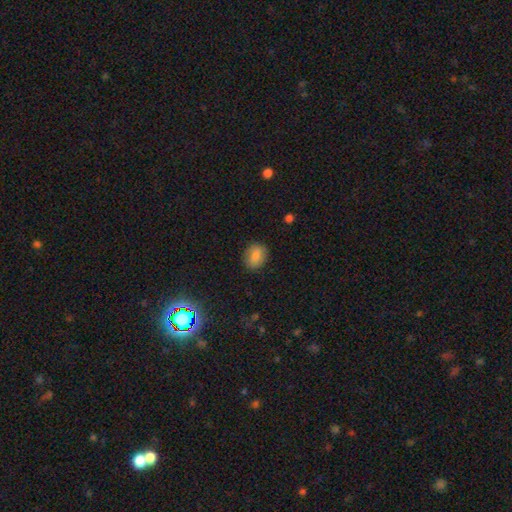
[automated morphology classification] Smooth or featured: smooth — 83% (star or artifact — 9%)
How rounded: in between — 53% (round — 46%)
Merging: none — 84% (minor disturbance — 12%)